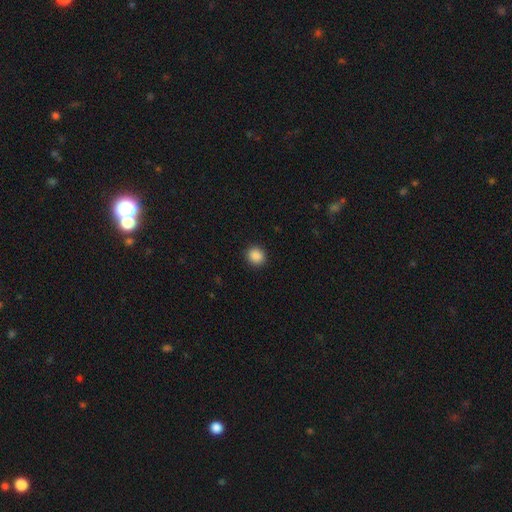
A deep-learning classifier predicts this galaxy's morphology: smooth 88%, star or artifact 9%, featured or disk 2%. Down the decision tree: how rounded — round (83%); merging — none (92%).